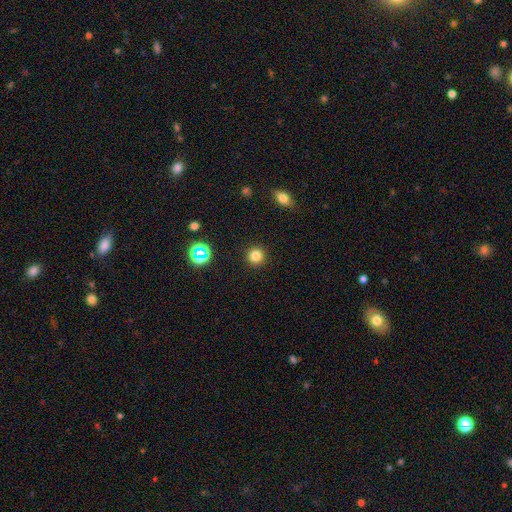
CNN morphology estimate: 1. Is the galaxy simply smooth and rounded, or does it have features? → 80% smooth, 15% star or artifact, 5% featured or disk.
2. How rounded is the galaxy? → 95% round, 5% in between, 1% cigar-shaped.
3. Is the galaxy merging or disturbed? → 92% none, 5% minor disturbance, 2% major disturbance, 1% merger.